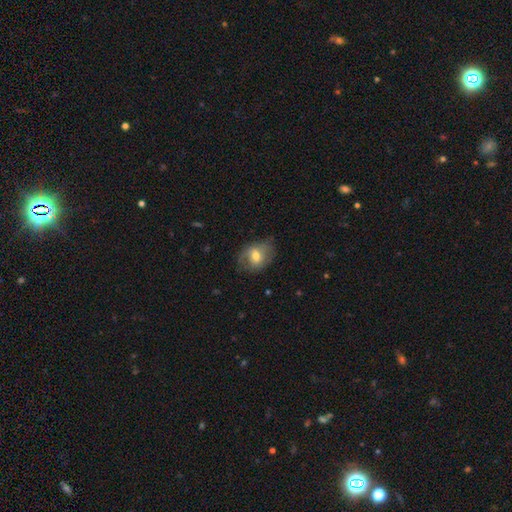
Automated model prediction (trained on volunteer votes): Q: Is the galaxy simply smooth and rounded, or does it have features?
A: smooth — 54%.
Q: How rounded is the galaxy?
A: in between — 61%.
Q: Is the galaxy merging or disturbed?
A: none — 59%.